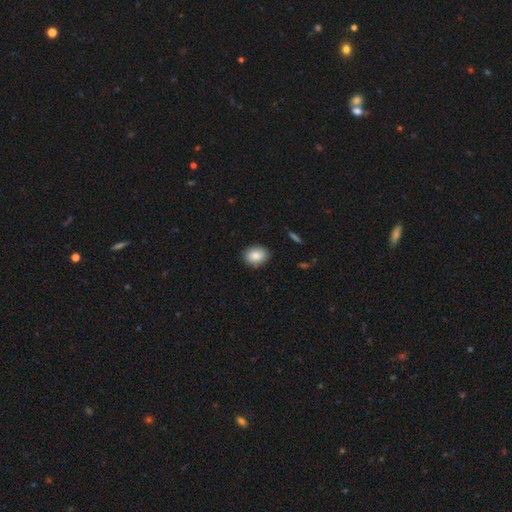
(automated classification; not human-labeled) This appears to be a smooth galaxy with no disk features (85%) that is in between round and cigar-shaped (60%). Merging: none (85%).